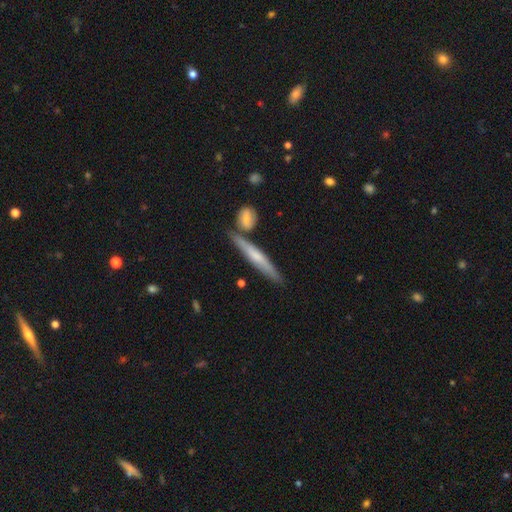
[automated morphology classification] Smooth or featured: featured or disk — 50% (smooth — 44%)
Edge-on disk: yes — 93% (no — 7%)
Merging: none — 74% (merger — 12%)